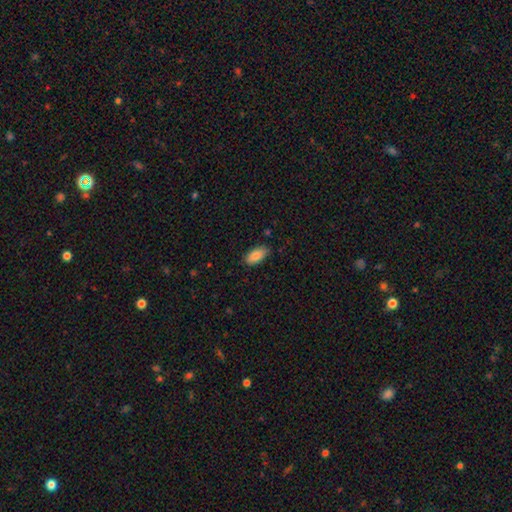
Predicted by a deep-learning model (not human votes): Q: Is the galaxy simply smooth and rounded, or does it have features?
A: smooth — 86%.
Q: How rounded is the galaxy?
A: in between — 93%.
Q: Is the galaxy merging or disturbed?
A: none — 83%.